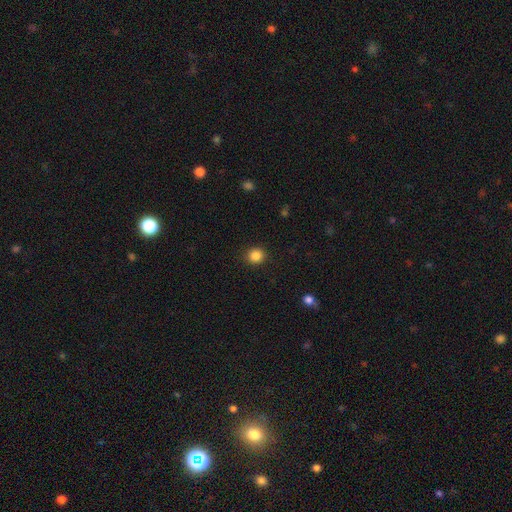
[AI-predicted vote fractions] A smooth galaxy with no disk features (86%) that is round (88%). Merging: none (91%).